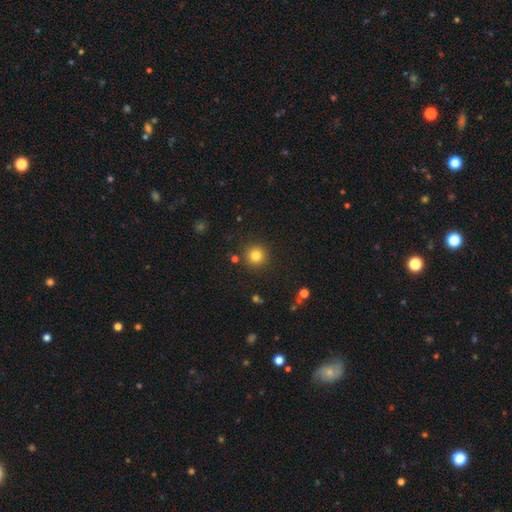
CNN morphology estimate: Q: Smooth or featured?
A: smooth (82%); runner-up: star or artifact (13%)
Q: How rounded?
A: round (95%); runner-up: in between (4%)
Q: Merging?
A: none (89%); runner-up: minor disturbance (6%)